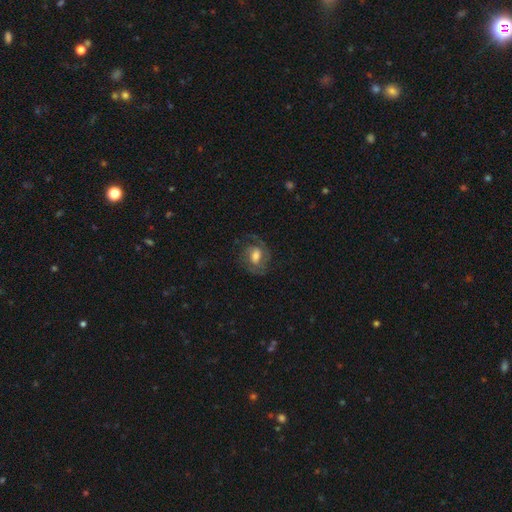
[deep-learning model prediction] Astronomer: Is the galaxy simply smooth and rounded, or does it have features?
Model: featured or disk — 66%.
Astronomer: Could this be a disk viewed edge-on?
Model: no — 96%.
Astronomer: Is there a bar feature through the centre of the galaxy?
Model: weak — 48% (runner-up: no, 35%).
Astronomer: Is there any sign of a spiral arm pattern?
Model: yes — 89%.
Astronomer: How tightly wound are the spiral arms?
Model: medium — 47% (runner-up: tight, 35%).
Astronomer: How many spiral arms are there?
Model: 2 — 67%.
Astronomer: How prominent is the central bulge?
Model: moderate — 49% (runner-up: large, 30%).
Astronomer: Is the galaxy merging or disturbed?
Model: none — 64%.